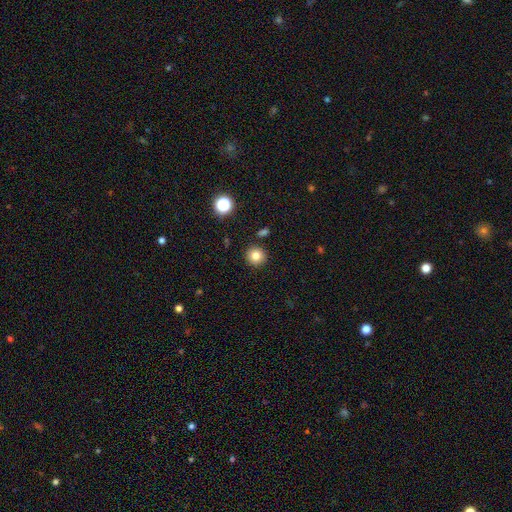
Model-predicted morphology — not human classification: smooth 80%, star or artifact 12%, featured or disk 7%. Down the decision tree: how rounded — round (94%); merging — none (90%).